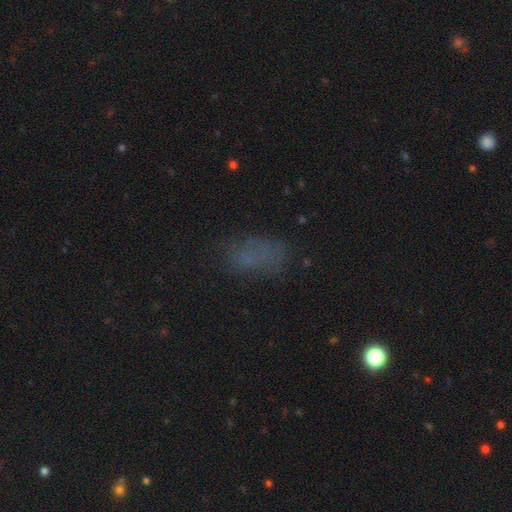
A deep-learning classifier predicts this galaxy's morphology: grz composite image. It shows a smooth galaxy with no disk features (62%) that is in between round and cigar-shaped (88%). Merging: none (68%).